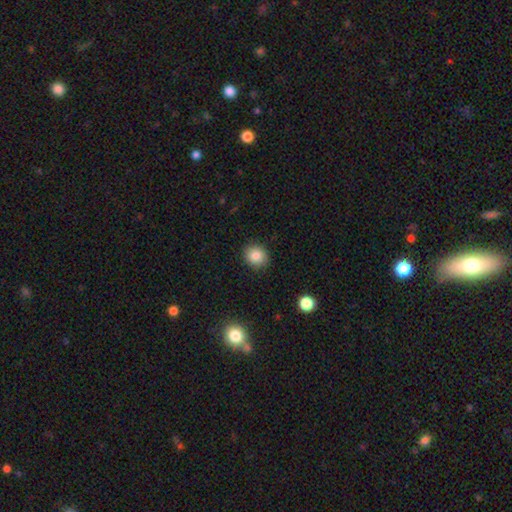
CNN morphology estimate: Smooth or featured: smooth — 85% (star or artifact — 10%)
How rounded: round — 78% (in between — 21%)
Merging: none — 89% (minor disturbance — 8%)